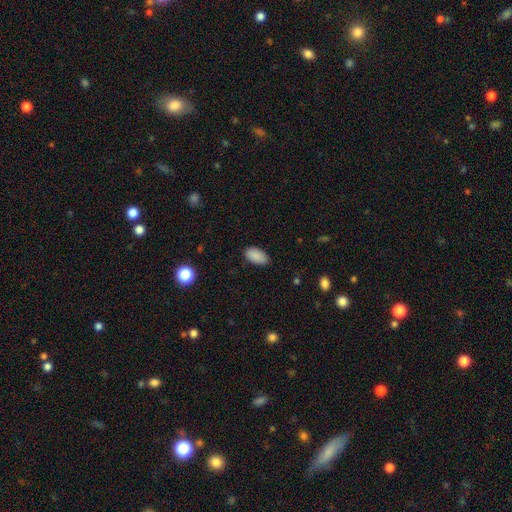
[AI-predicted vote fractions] Morphology: type=smooth (88%); roundness=in between (94%); merging=none (85%).